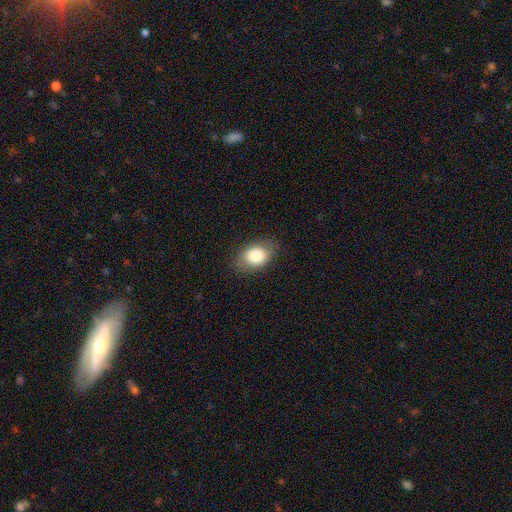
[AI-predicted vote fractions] Overall: smooth (81%). How rounded: in between (79%). Merging: none (82%).